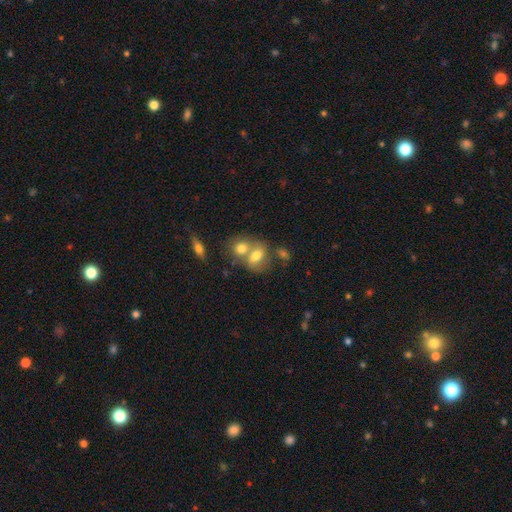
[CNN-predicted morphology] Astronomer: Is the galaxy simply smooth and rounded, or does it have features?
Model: smooth — 67%.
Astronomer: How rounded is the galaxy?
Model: in between — 63%.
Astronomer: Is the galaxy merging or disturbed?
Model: merger — 58%.